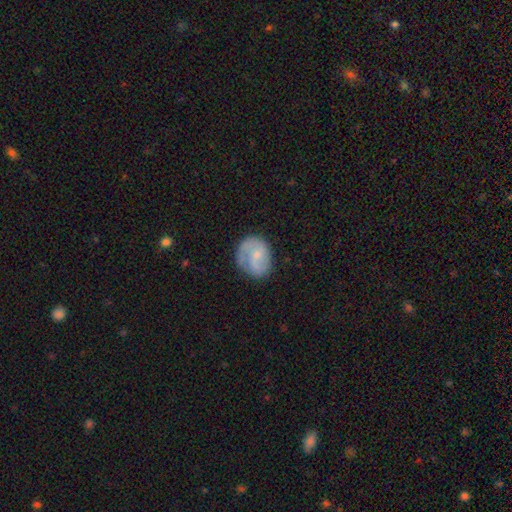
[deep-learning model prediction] Smooth or featured? Predicted: featured or disk (p=0.52). Edge-on disk? Predicted: no (p=0.97). Bar? Predicted: no (p=0.59). Spiral arms? Predicted: yes (p=0.80). Bulge size? Predicted: small (p=0.61). Merging? Predicted: none (p=0.63).